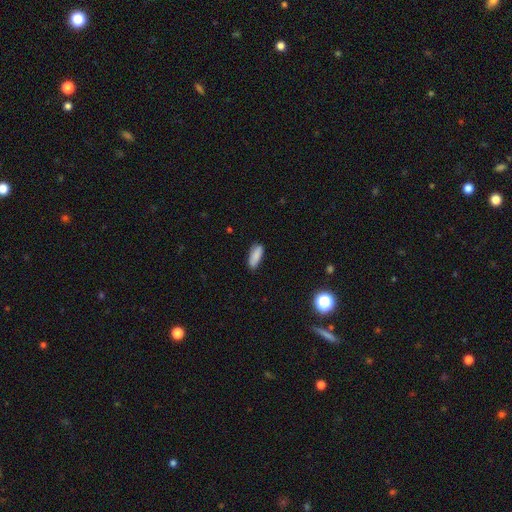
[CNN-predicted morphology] A smooth galaxy with no disk features (86%) that is in between round and cigar-shaped (64%).

Vote fractions:
- Smooth or featured? smooth: 86% / star or artifact: 7% / featured or disk: 7%
- How rounded? in between: 64% / cigar-shaped: 34% / round: 2%
- Merging? none: 83% / minor disturbance: 13% / major disturbance: 2% / merger: 1%